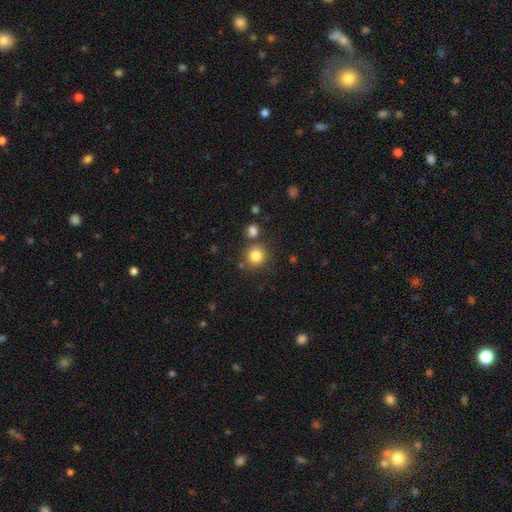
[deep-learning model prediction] Morphology: type=smooth (83%); roundness=round (91%); merging=none (77%).